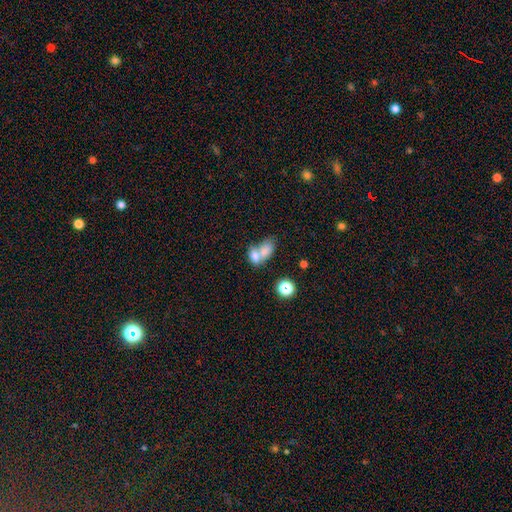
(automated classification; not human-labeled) Smooth or featured?
  - smooth: 72% *
  - featured or disk: 17%
  - star or artifact: 11%
How rounded?
  - in between: 78% *
  - round: 19%
  - cigar-shaped: 3%
Merging?
  - merger: 69% *
  - none: 19%
  - minor disturbance: 7%
  - major disturbance: 5%